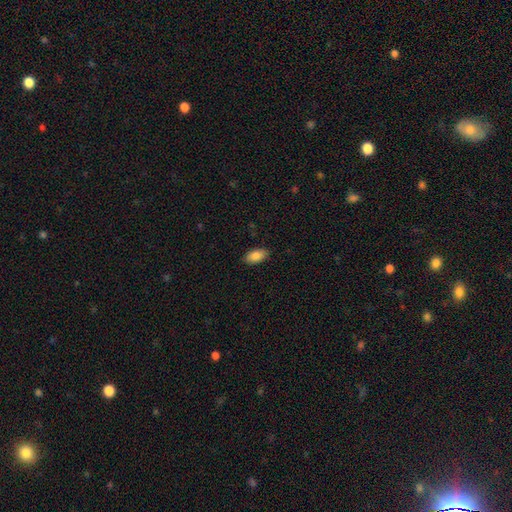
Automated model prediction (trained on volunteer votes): The model was most divided on "smooth or featured": smooth: 85%, featured or disk: 8%, star or artifact: 7%. More confident: how rounded — in between (93%); merging — none (88%).